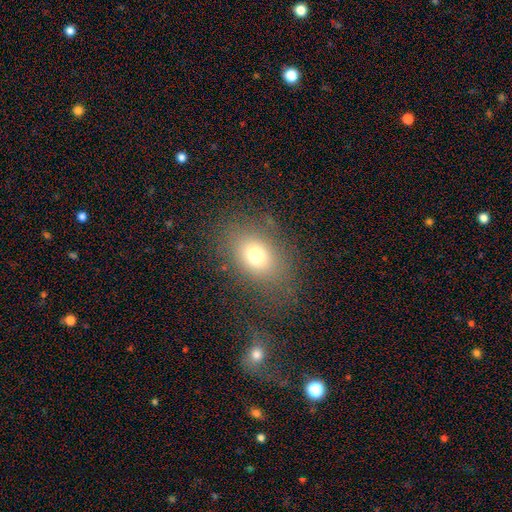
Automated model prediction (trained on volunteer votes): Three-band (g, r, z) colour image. It shows a smooth galaxy with no disk features (72%) that is in between round and cigar-shaped (69%). Merging: none (73%).